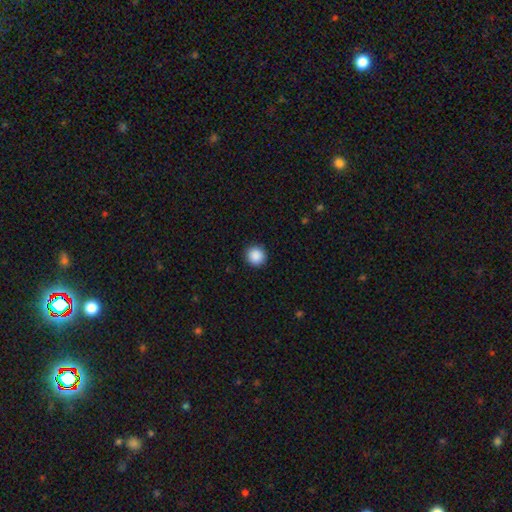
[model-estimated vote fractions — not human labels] A smooth galaxy with no disk features (89%) that is round (94%).

Vote fractions:
- Smooth or featured? smooth: 89% / star or artifact: 9% / featured or disk: 2%
- How rounded? round: 94% / in between: 5% / cigar-shaped: 1%
- Merging? none: 92% / minor disturbance: 5% / major disturbance: 2% / merger: 1%